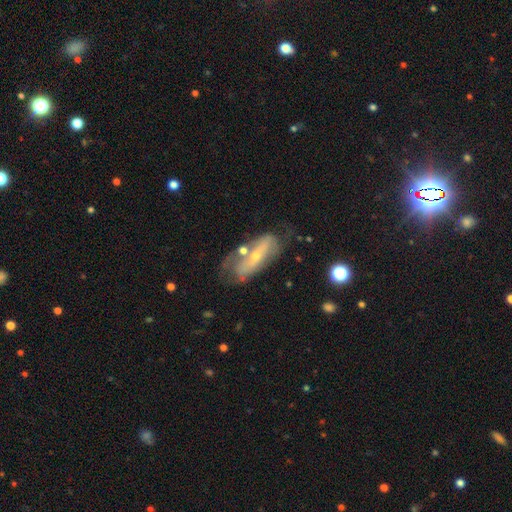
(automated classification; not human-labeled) A featured or disk galaxy (64%) with no bar (51%), spiral arms (57%) and a small central bulge (70%). Merging: none (46%).